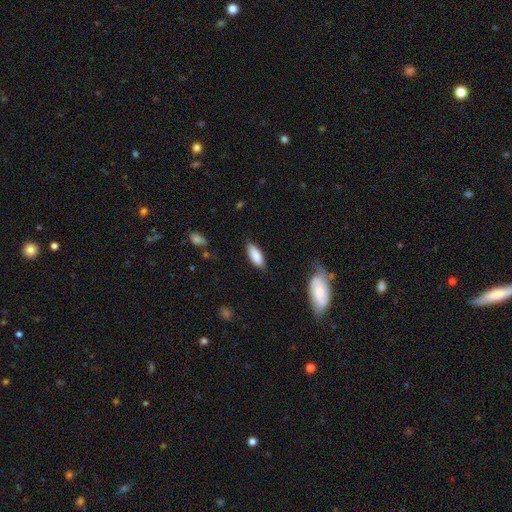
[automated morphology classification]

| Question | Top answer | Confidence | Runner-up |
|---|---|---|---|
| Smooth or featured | smooth | 84% | featured or disk (10%) |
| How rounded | in between | 79% | cigar-shaped (19%) |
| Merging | none | 76% | minor disturbance (18%) |